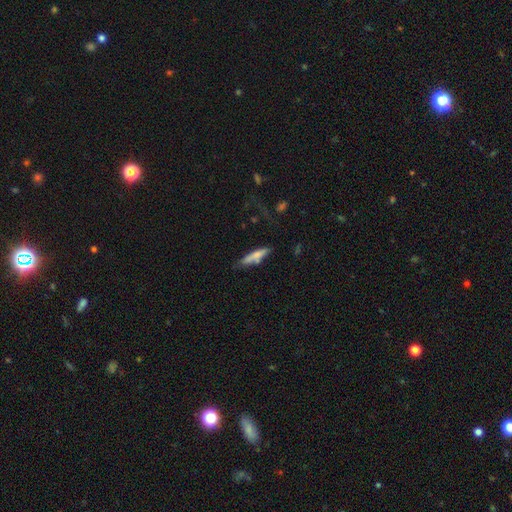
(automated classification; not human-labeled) Smooth or featured? smooth (67%)
How rounded? cigar-shaped (82%)
Merging? none (65%)